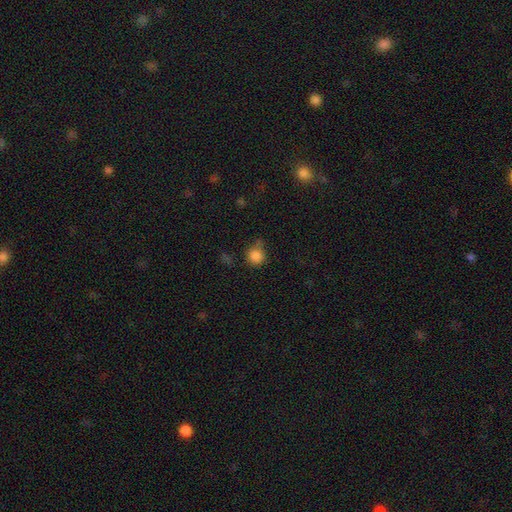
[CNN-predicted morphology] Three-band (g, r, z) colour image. It shows a smooth galaxy with no disk features (84%) that is round (90%). Merging: none (60%).